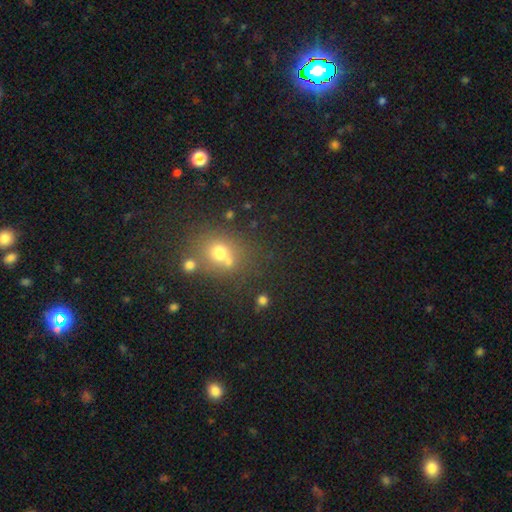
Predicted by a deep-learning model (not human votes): smooth-or-featured: smooth: 53% | star or artifact: 35% | featured or disk: 11%
  how-rounded: round: 63% | in between: 35% | cigar-shaped: 2%
  merging: none: 71% | merger: 13% | minor disturbance: 11% | major disturbance: 4%